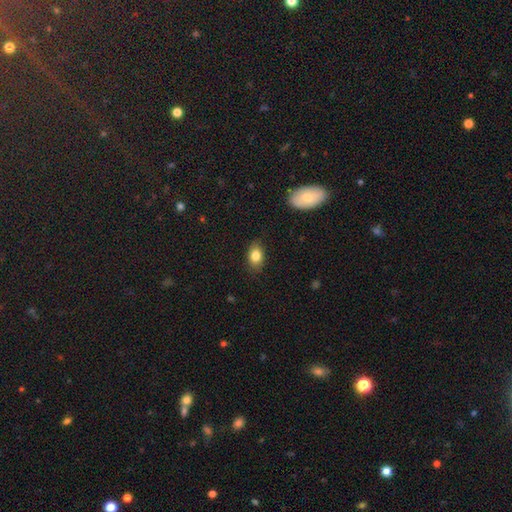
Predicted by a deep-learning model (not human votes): The model was most divided on "how rounded": in between: 80%, round: 18%, cigar-shaped: 2%. More confident: merging — none (84%); smooth or featured — smooth (82%).